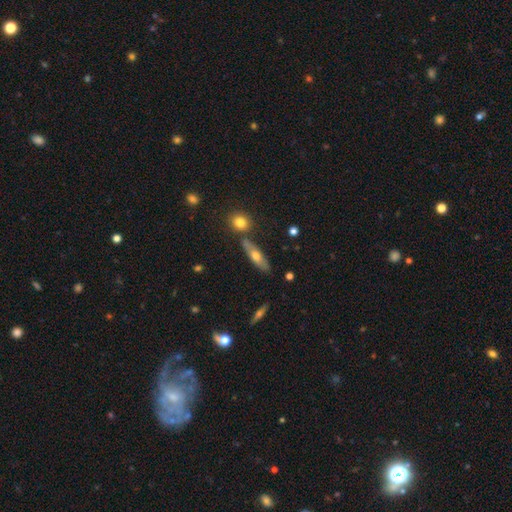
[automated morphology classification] smooth_or_featured: smooth (p=0.54) [alt: featured or disk p=0.39]
how_rounded: cigar-shaped (p=0.58) [alt: in between p=0.38]
merging: none (p=0.75) [alt: minor disturbance p=0.12]